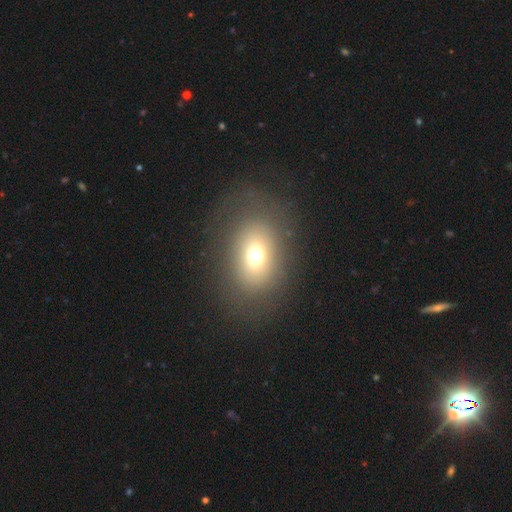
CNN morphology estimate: A smooth galaxy with no disk features (68%) that is in between round and cigar-shaped (66%).

Vote fractions:
- Smooth or featured? smooth: 68% / star or artifact: 16% / featured or disk: 16%
- How rounded? in between: 66% / round: 32% / cigar-shaped: 1%
- Merging? none: 75% / minor disturbance: 12% / major disturbance: 11% / merger: 1%